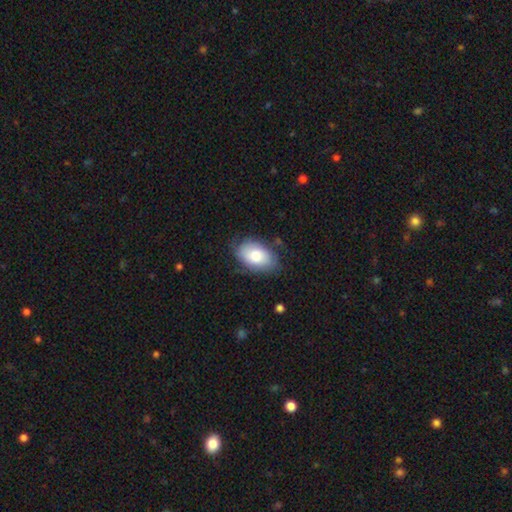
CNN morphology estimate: type=smooth (75%); roundness=in between (90%); merging=none (70%).